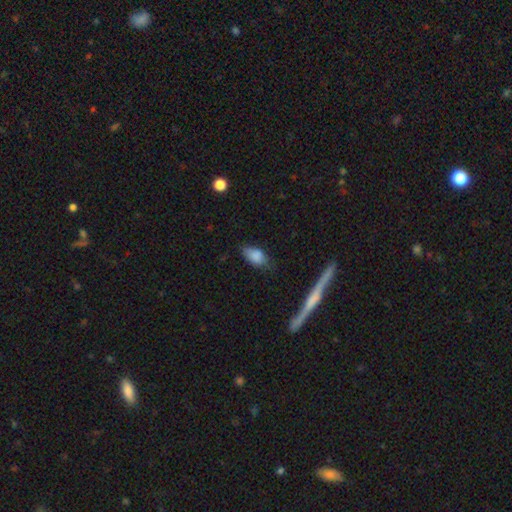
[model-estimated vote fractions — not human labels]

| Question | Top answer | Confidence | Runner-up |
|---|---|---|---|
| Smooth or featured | smooth | 83% | featured or disk (9%) |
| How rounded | in between | 89% | round (7%) |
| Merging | none | 59% | minor disturbance (30%) |